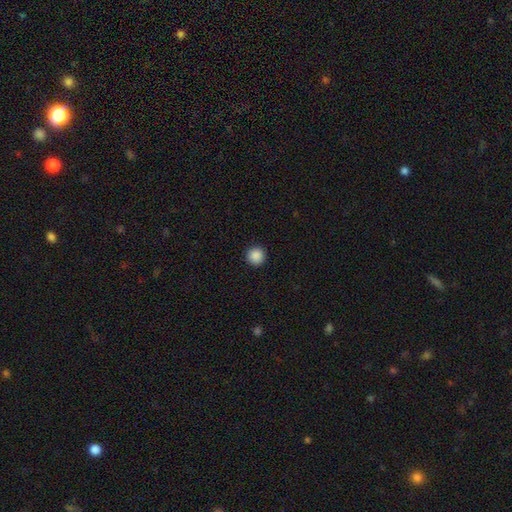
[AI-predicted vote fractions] Smooth or featured?
  - smooth: 88% *
  - star or artifact: 9%
  - featured or disk: 2%
How rounded?
  - round: 96% *
  - in between: 3%
  - cigar-shaped: 1%
Merging?
  - none: 93% *
  - minor disturbance: 5%
  - major disturbance: 2%
  - merger: 1%